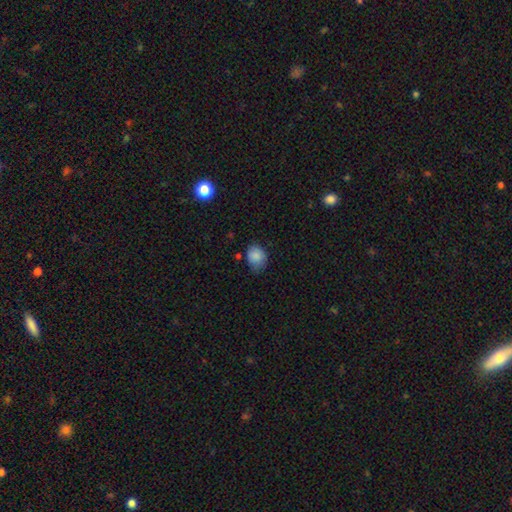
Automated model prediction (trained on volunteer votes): Smooth or featured?
  - smooth: 86% *
  - star or artifact: 9%
  - featured or disk: 5%
How rounded?
  - round: 51% *
  - in between: 48%
  - cigar-shaped: 1%
Merging?
  - none: 61% *
  - minor disturbance: 31%
  - major disturbance: 6%
  - merger: 2%